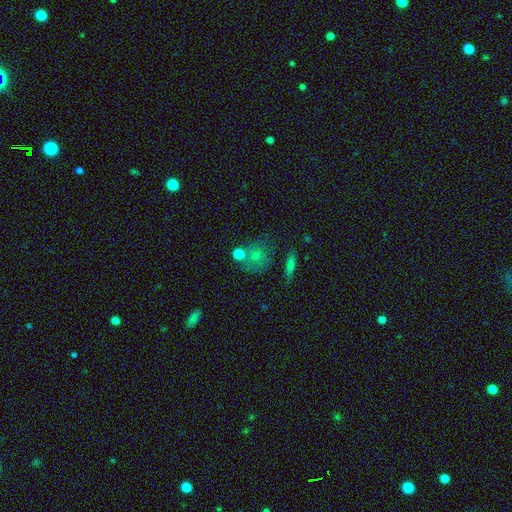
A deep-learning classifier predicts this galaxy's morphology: smooth 50%, featured or disk 27%, star or artifact 23%. Down the decision tree: how rounded — round (81%); merging — none (59%).